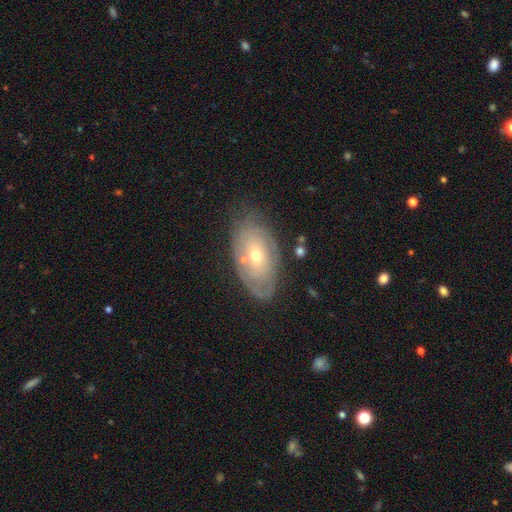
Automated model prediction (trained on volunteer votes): A featured or disk galaxy (65%) with no bar (80%), spiral arms (61%) and a small central bulge (51%).

Vote fractions:
- Smooth or featured? featured or disk: 65% / smooth: 27% / star or artifact: 8%
- Edge-on disk? no: 91% / yes: 9%
- Bar? no: 80% / weak: 16% / strong: 4%
- Spiral arms? yes: 61% / no: 39%
- Bulge size? small: 51% / moderate: 45% / large: 2% / none: 1% / dominant: 1%
- Merging? none: 72% / minor disturbance: 18% / major disturbance: 6% / merger: 4%